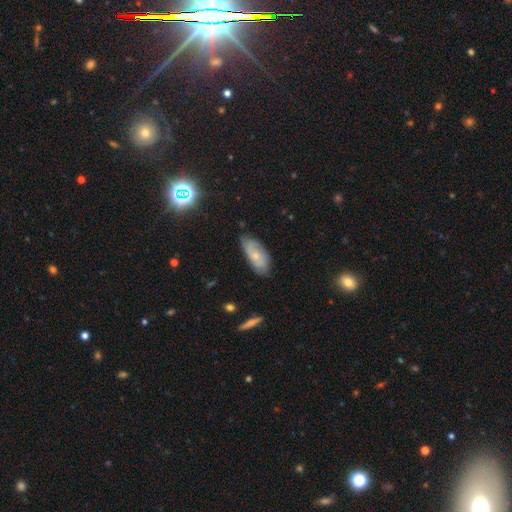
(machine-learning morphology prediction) This appears to be a smooth galaxy with no disk features (48%). Merging: none (66%).